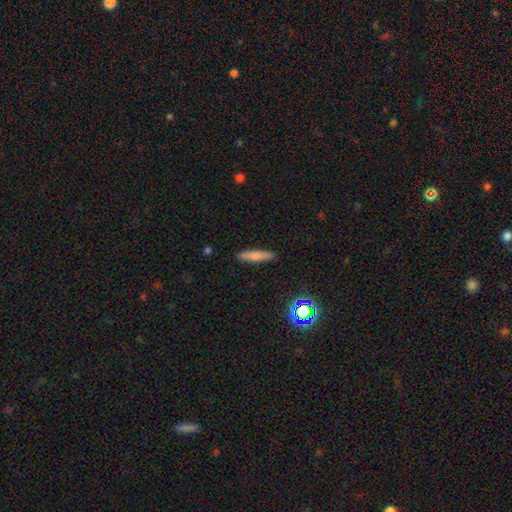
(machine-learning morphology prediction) type=smooth (72%); roundness=cigar-shaped (87%); merging=none (90%).